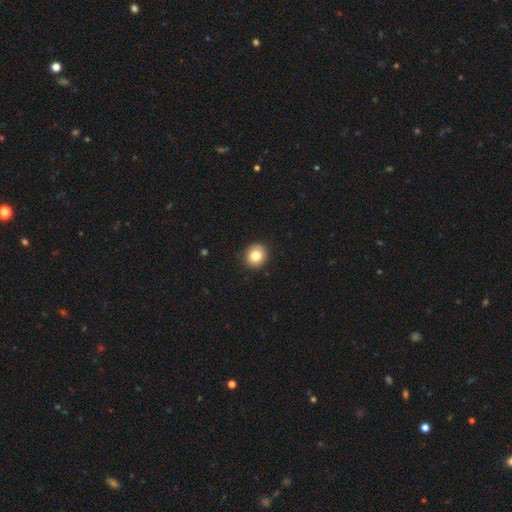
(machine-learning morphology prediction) This is clearly a smooth galaxy (81%). How rounded: clearly round (87%). Merging: clearly none (90%).